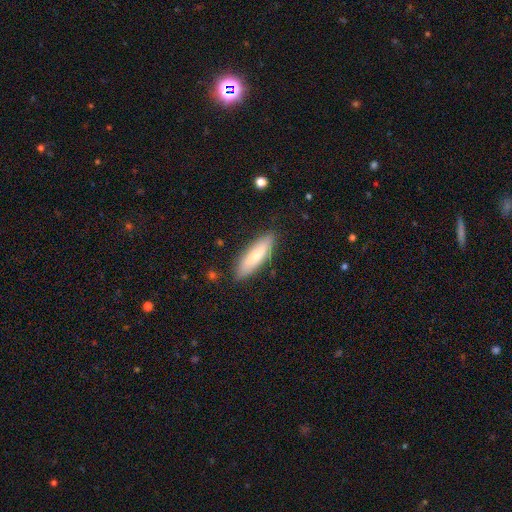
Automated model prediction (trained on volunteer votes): smooth 72%, featured or disk 23%, star or artifact 6%. Down the decision tree: how rounded — cigar-shaped (59%); merging — none (85%).